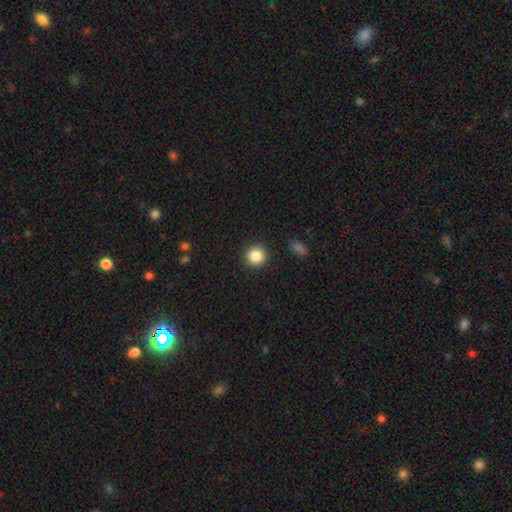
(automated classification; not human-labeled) Smooth or featured?
  - smooth: 85% *
  - star or artifact: 10%
  - featured or disk: 5%
How rounded?
  - round: 94% *
  - in between: 5%
  - cigar-shaped: 1%
Merging?
  - none: 91% *
  - minor disturbance: 5%
  - major disturbance: 2%
  - merger: 1%